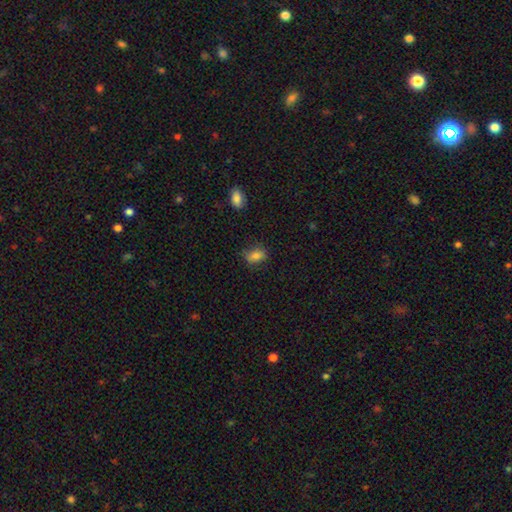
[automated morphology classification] Smooth or featured: smooth — 80% (star or artifact — 10%)
How rounded: in between — 76% (round — 20%)
Merging: none — 73% (minor disturbance — 21%)